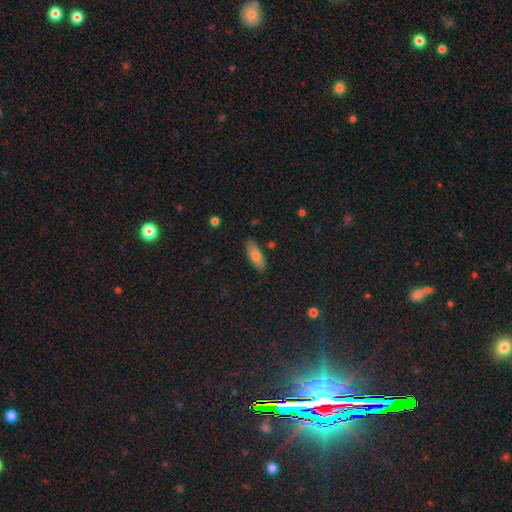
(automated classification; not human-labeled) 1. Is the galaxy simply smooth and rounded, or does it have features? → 74% smooth, 19% featured or disk, 7% star or artifact.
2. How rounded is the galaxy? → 72% in between, 25% cigar-shaped, 2% round.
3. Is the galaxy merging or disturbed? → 85% none, 11% minor disturbance, 2% major disturbance, 2% merger.